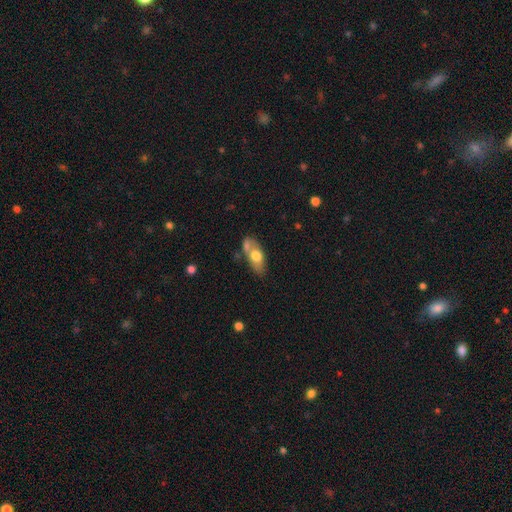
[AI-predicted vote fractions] The model was most divided on "merging": none: 48%, merger: 25%, minor disturbance: 20%, major disturbance: 7%. More confident: how rounded — in between (84%); smooth or featured — smooth (63%).